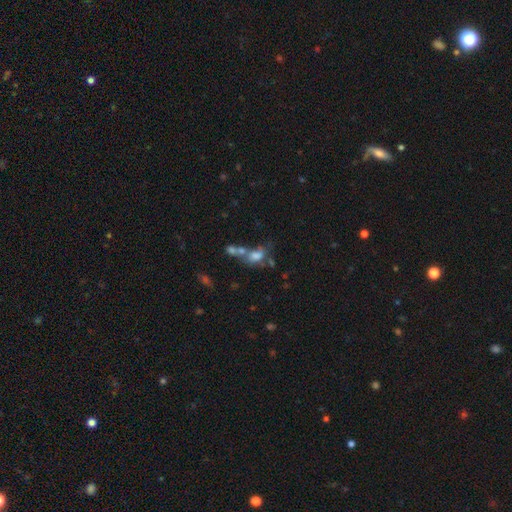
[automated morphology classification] The model was most divided on "merging": merger: 51%, none: 23%, major disturbance: 15%, minor disturbance: 12%. More confident: how rounded — in between (75%); smooth or featured — smooth (61%).